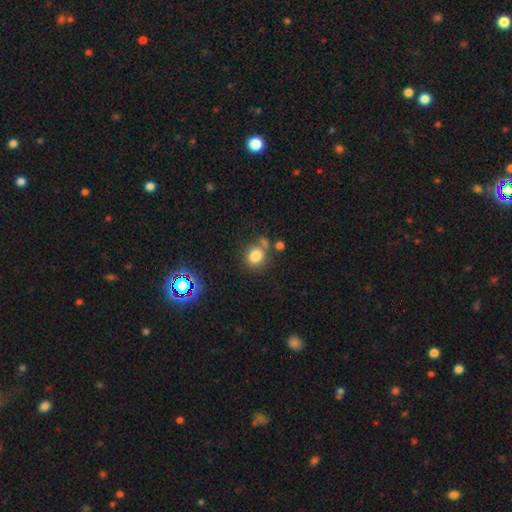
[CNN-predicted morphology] Smooth or featured? smooth (80%)
How rounded? round (78%)
Merging? none (61%)